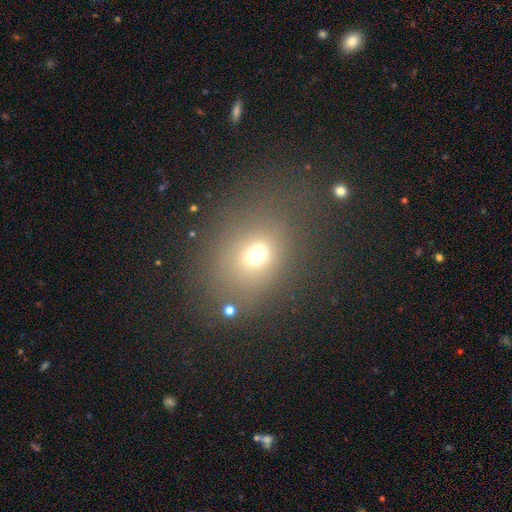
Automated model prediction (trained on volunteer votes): smooth-or-featured: smooth: 60% | star or artifact: 22% | featured or disk: 17%
  how-rounded: round: 53% | in between: 46% | cigar-shaped: 1%
  merging: none: 48% | merger: 30% | minor disturbance: 13% | major disturbance: 10%